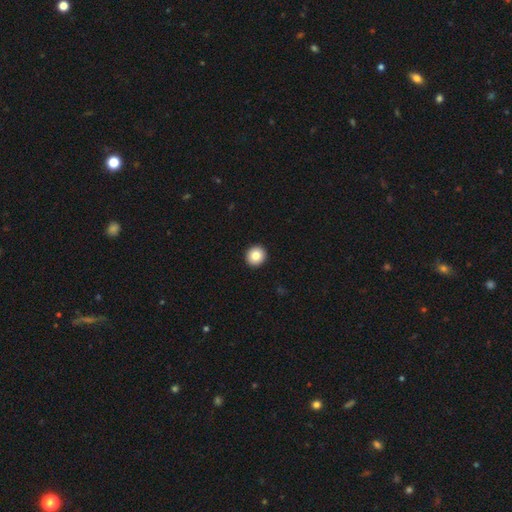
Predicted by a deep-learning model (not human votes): Q: Smooth or featured?
A: smooth (83%); runner-up: star or artifact (9%)
Q: How rounded?
A: round (91%); runner-up: in between (8%)
Q: Merging?
A: none (94%); runner-up: minor disturbance (4%)